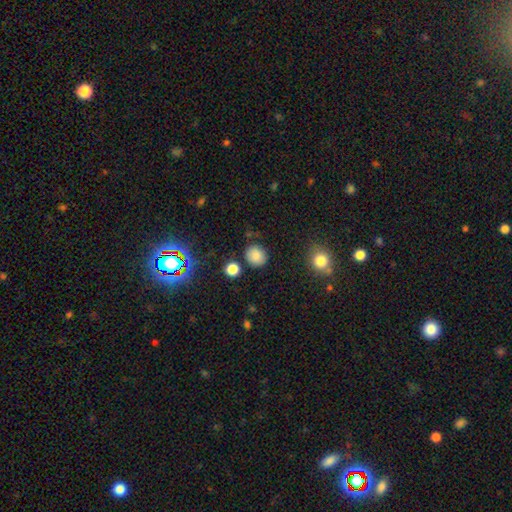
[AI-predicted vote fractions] smooth_or_featured: smooth (p=0.83) [alt: star or artifact p=0.12]
how_rounded: round (p=0.81) [alt: in between p=0.18]
merging: none (p=0.81) [alt: minor disturbance p=0.11]